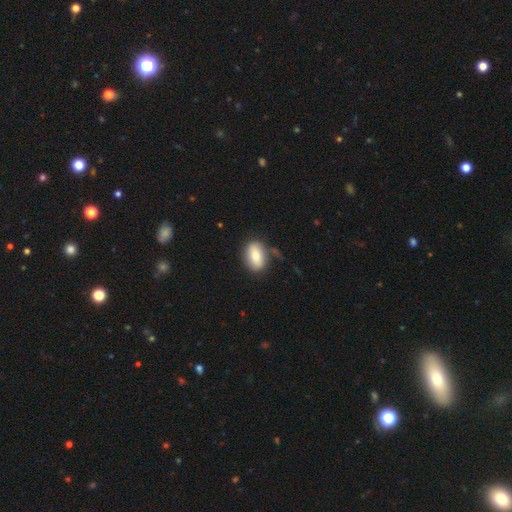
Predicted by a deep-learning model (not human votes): smooth 76%, featured or disk 17%, star or artifact 7%. Down the decision tree: how rounded — in between (86%); merging — none (68%).